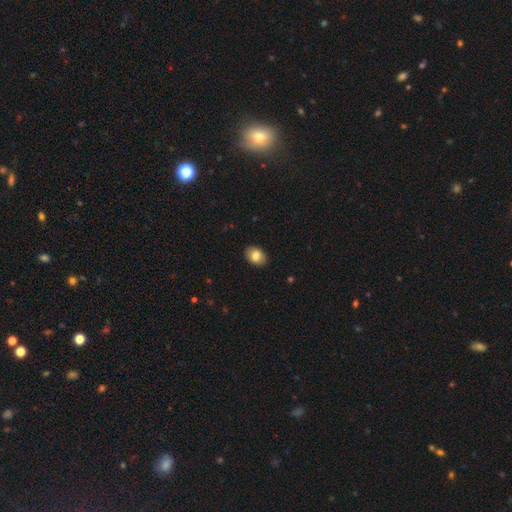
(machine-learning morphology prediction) Smooth or featured? smooth (82%)
How rounded? in between (78%)
Merging? none (89%)